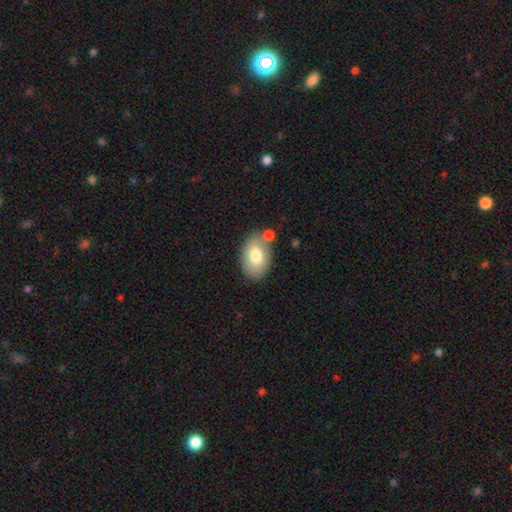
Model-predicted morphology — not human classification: Smooth or featured? smooth (75%)
How rounded? in between (85%)
Merging? none (67%)